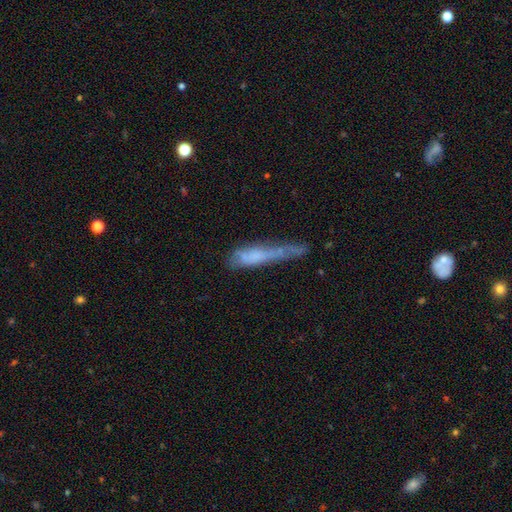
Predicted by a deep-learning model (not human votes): This is possibly a smooth galaxy (55%). How rounded: clearly cigar-shaped (85%). Merging: marginally none (35%).